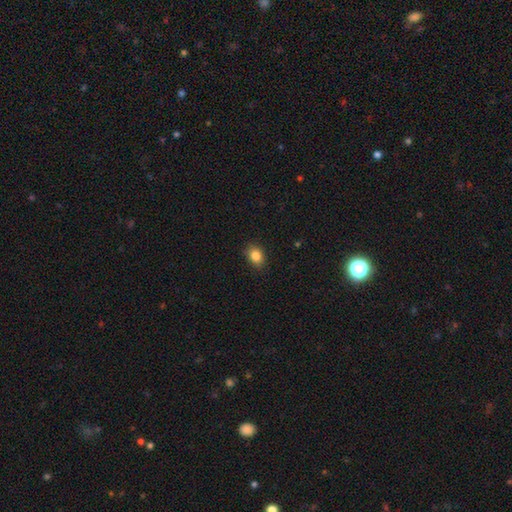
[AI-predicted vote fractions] This appears to be a smooth galaxy with no disk features (85%) that is in between round and cigar-shaped (61%). Merging: none (85%).